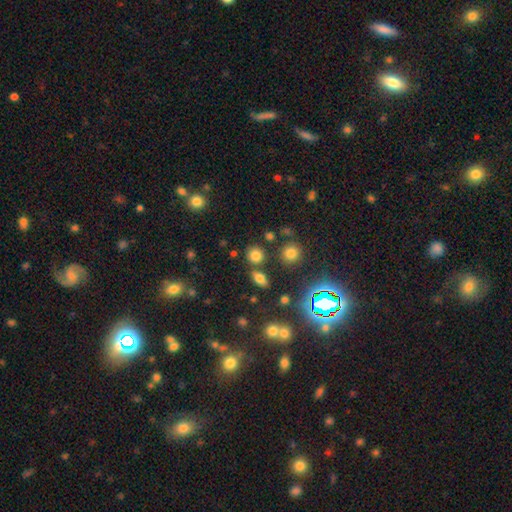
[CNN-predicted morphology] Overall: smooth (74%). How rounded: round (80%). Merging: none (77%).